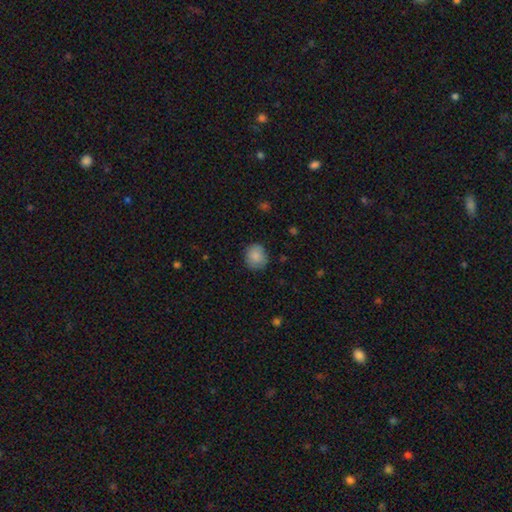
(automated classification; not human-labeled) The model was most divided on "how rounded": round: 82%, in between: 17%, cigar-shaped: 1%. More confident: smooth or featured — smooth (86%); merging — none (82%).